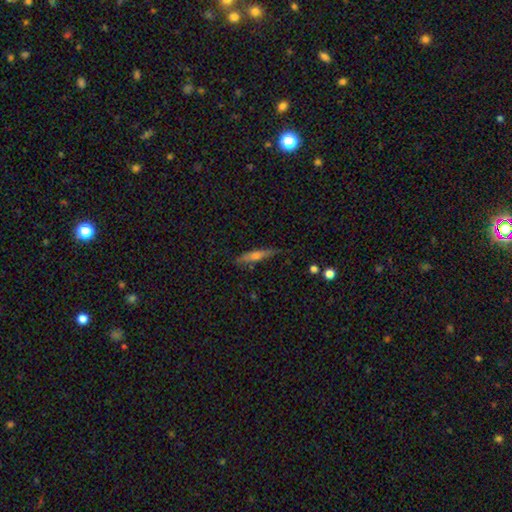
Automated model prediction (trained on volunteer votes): Smooth or featured? smooth (48%)
Merging? none (81%)